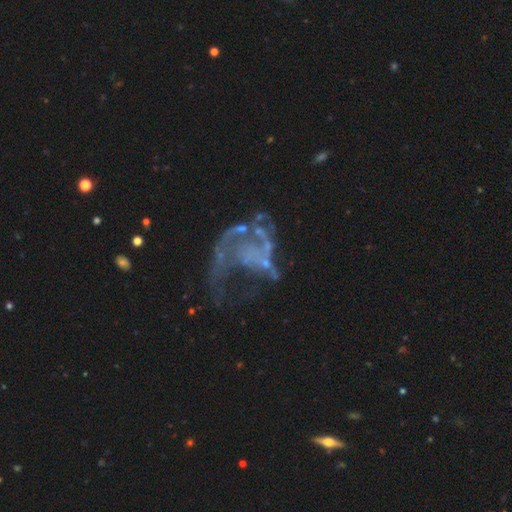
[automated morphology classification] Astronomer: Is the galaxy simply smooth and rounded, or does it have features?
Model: featured or disk — 73%.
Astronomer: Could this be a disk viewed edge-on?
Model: no — 98%.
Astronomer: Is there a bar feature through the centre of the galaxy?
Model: no — 87%.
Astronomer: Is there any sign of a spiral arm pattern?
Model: no — 62% (runner-up: yes, 38%).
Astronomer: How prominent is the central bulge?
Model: none — 77%.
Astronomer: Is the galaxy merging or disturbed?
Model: major disturbance — 54%.